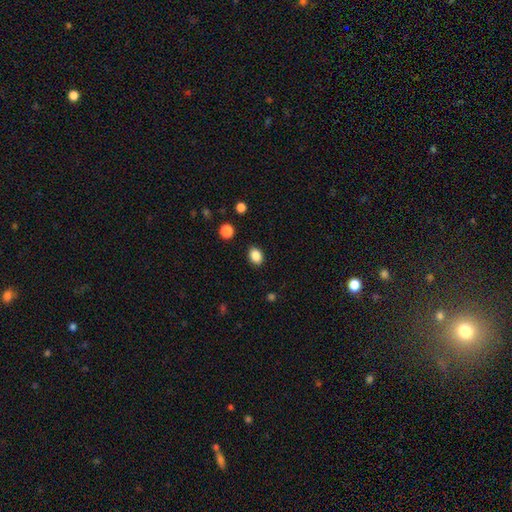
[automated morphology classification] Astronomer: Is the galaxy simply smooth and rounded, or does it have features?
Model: smooth — 87%.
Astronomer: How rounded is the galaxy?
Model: in between — 66%.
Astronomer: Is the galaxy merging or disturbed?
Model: none — 89%.